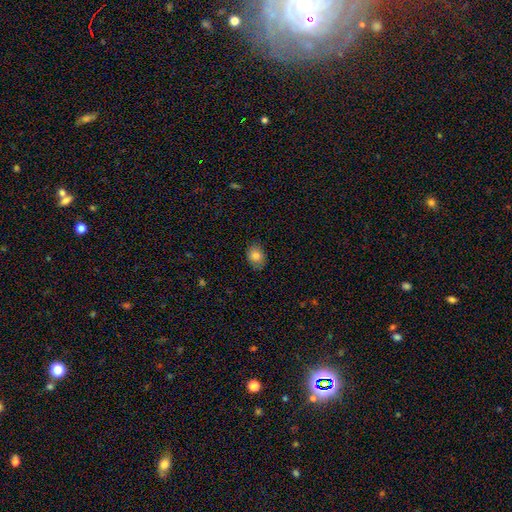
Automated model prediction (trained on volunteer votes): Smooth or featured?
  - smooth: 83% *
  - star or artifact: 9%
  - featured or disk: 8%
How rounded?
  - in between: 60% *
  - round: 39%
  - cigar-shaped: 1%
Merging?
  - none: 84% *
  - minor disturbance: 13%
  - major disturbance: 2%
  - merger: 1%